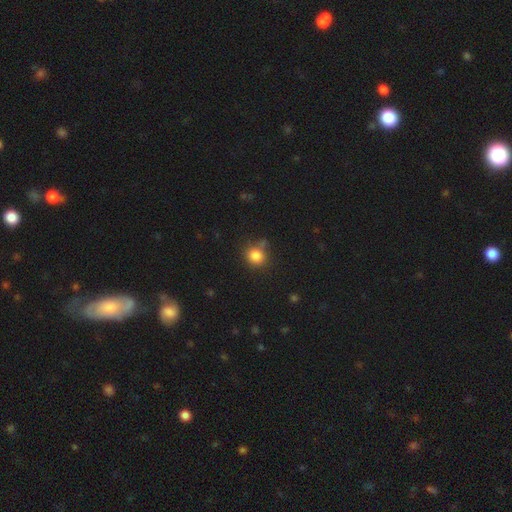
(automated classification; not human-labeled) Smooth or featured? smooth (84%)
How rounded? round (84%)
Merging? none (70%)